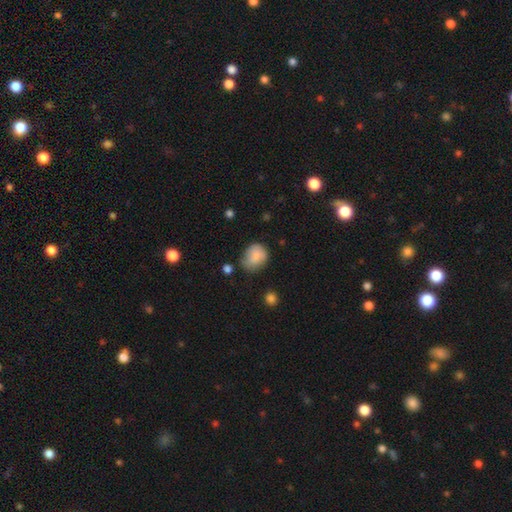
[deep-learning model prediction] Q: Smooth or featured?
A: smooth (83%); runner-up: featured or disk (9%)
Q: How rounded?
A: round (56%); runner-up: in between (43%)
Q: Merging?
A: none (57%); runner-up: minor disturbance (32%)